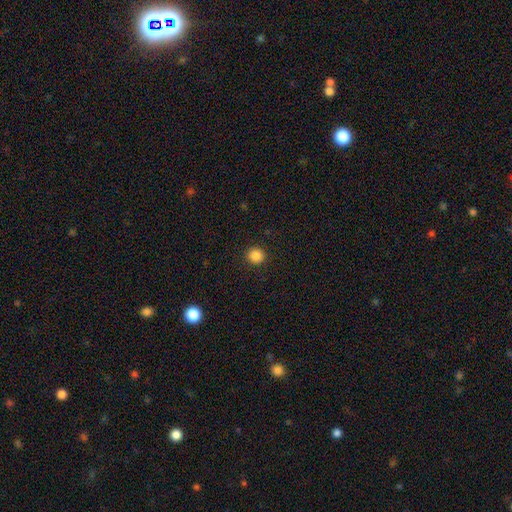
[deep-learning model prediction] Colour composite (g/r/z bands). It shows a smooth galaxy with no disk features (86%) that is round (92%). Merging: none (92%).